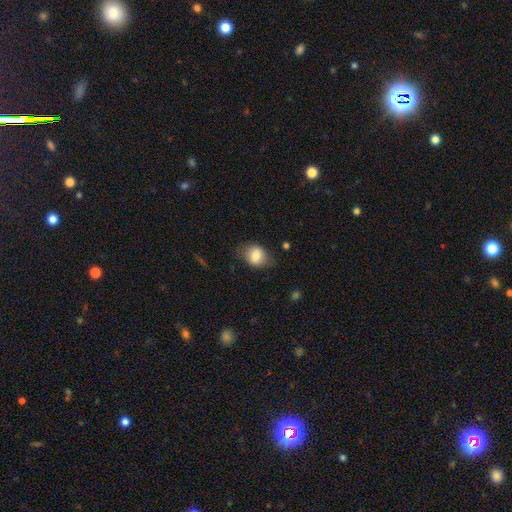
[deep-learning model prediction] Q: Smooth or featured?
A: smooth (76%); runner-up: featured or disk (16%)
Q: How rounded?
A: in between (58%); runner-up: round (41%)
Q: Merging?
A: none (70%); runner-up: minor disturbance (22%)